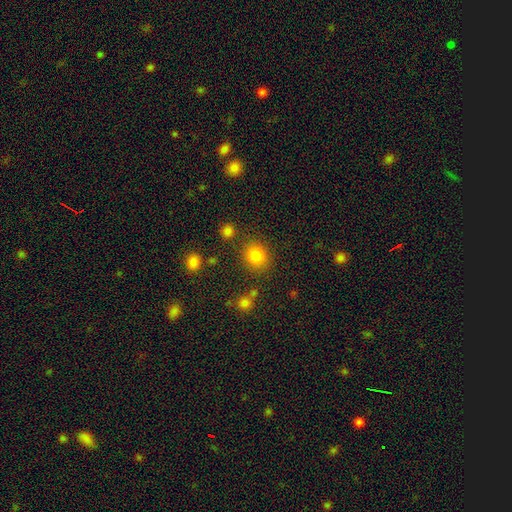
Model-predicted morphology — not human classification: Overall: smooth (81%). How rounded: round (79%). Merging: none (82%).